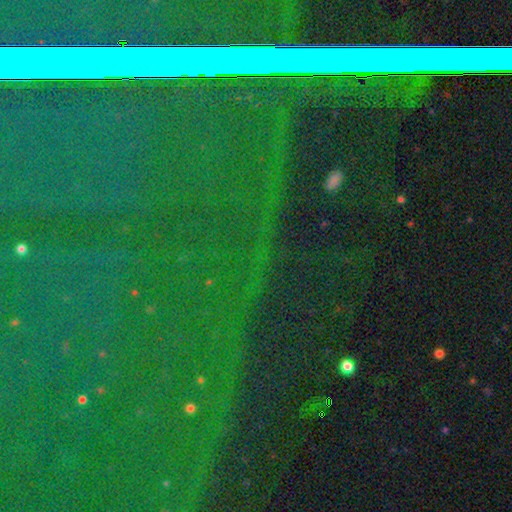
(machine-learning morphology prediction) Smooth or featured: star or artifact — 84% (smooth — 8%)